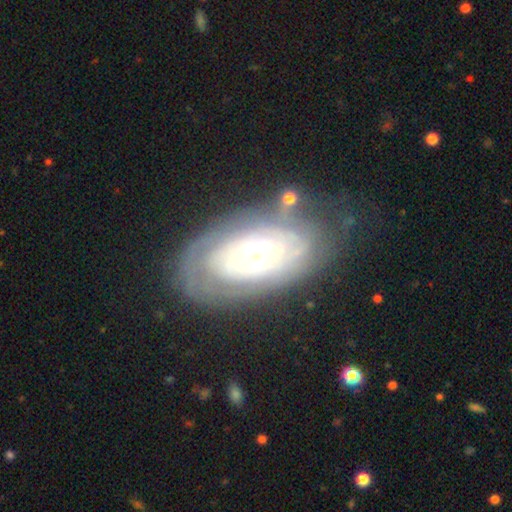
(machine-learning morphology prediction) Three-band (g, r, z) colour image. It shows a featured or disk galaxy (76%) with no bar (81%), tight (76%) spiral arms (74%) and a moderate central bulge (62%). Merging: none (66%).